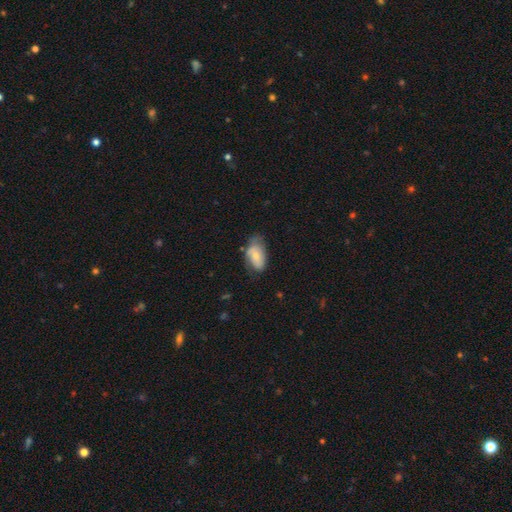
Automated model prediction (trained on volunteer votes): Overall: smooth (58%; featured or disk 35%). How rounded: in between (92%). Merging: none (48%; minor disturbance 37%).